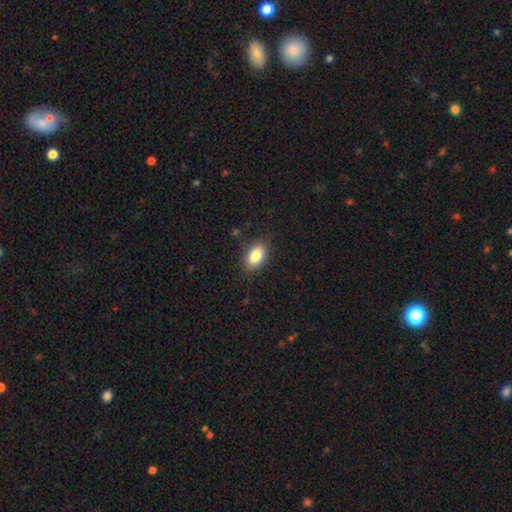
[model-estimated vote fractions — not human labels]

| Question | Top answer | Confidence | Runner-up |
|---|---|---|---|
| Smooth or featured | smooth | 84% | featured or disk (8%) |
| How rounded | in between | 90% | round (7%) |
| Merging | none | 85% | minor disturbance (11%) |